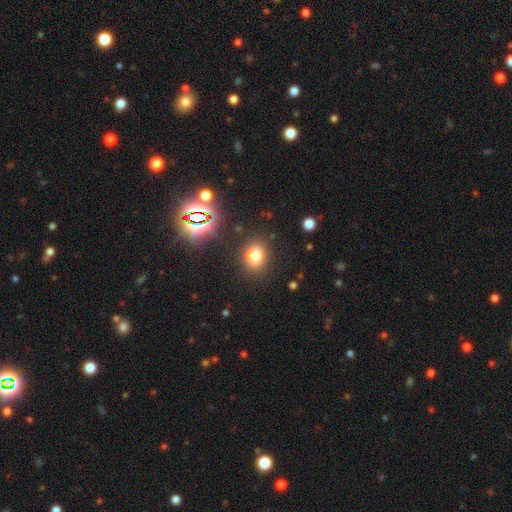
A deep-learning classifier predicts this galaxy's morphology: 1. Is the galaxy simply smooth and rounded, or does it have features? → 71% smooth, 17% star or artifact, 12% featured or disk.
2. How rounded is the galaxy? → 50% in between, 48% round, 1% cigar-shaped.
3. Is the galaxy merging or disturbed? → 62% none, 18% merger, 14% minor disturbance, 5% major disturbance.